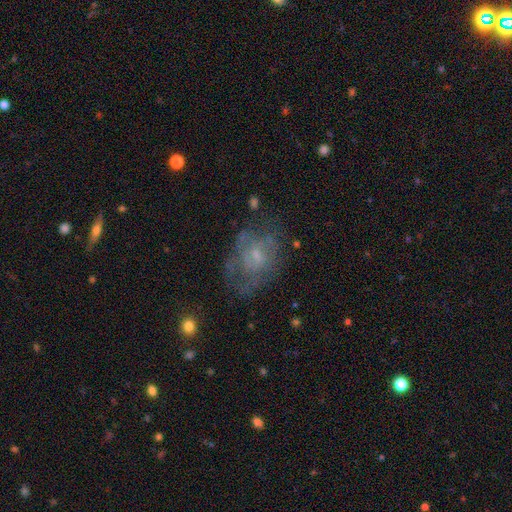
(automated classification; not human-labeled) Q: Smooth or featured?
A: featured or disk (55%); runner-up: smooth (33%)
Q: Edge-on disk?
A: no (97%); runner-up: yes (3%)
Q: Bar?
A: no (73%); runner-up: weak (24%)
Q: Spiral arms?
A: no (57%); runner-up: yes (43%)
Q: Bulge size?
A: small (55%); runner-up: moderate (27%)
Q: Merging?
A: none (51%); runner-up: major disturbance (24%)